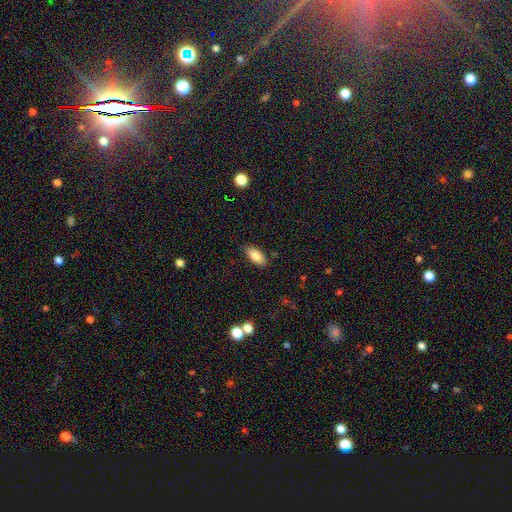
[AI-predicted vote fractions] smooth 83%, featured or disk 9%, star or artifact 7%. Down the decision tree: how rounded — in between (89%); merging — none (86%).